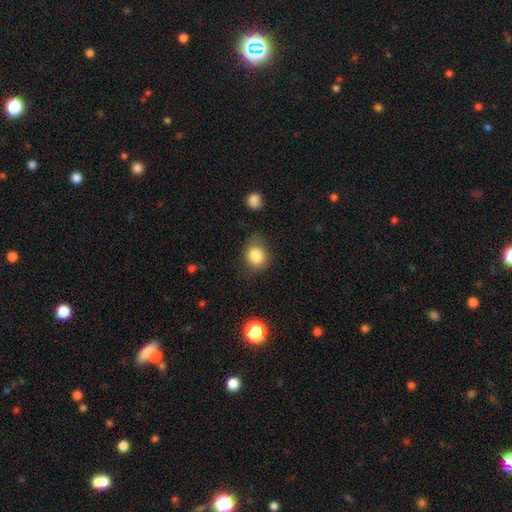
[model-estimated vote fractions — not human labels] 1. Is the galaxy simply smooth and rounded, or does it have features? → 83% smooth, 10% star or artifact, 6% featured or disk.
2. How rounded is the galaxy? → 67% round, 32% in between, 1% cigar-shaped.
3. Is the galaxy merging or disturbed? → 64% none, 25% minor disturbance, 8% major disturbance, 3% merger.